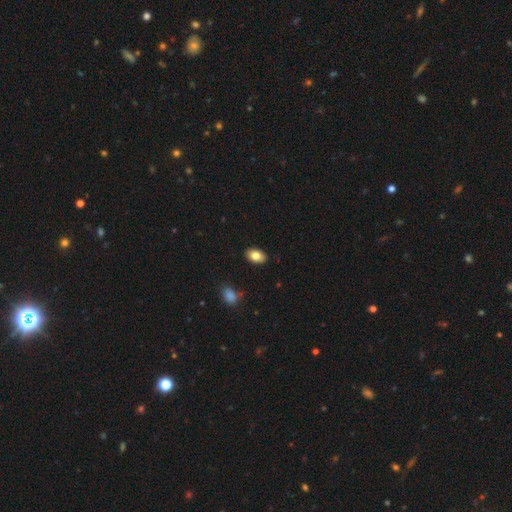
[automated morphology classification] This appears to be a smooth galaxy with no disk features (82%) that is in between round and cigar-shaped (90%). Merging: none (88%).